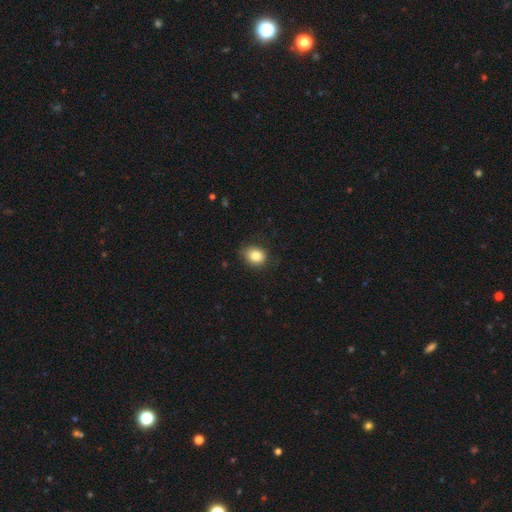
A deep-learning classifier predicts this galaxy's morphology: smooth-or-featured: smooth: 85% | star or artifact: 9% | featured or disk: 6%
  how-rounded: in between: 52% | round: 47% | cigar-shaped: 1%
  merging: none: 78% | minor disturbance: 17% | major disturbance: 4% | merger: 1%